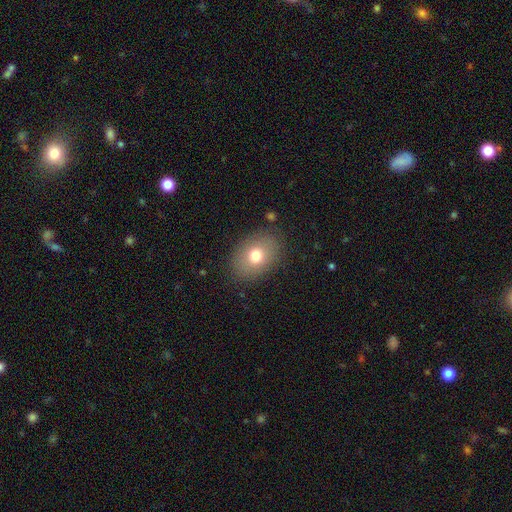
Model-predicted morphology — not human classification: smooth-or-featured: smooth: 74% | featured or disk: 16% | star or artifact: 10%
  how-rounded: in between: 71% | round: 28% | cigar-shaped: 1%
  merging: none: 85% | minor disturbance: 10% | major disturbance: 4% | merger: 1%